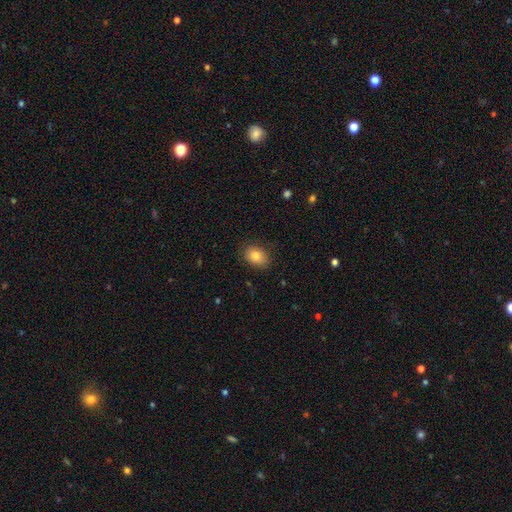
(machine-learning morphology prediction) The model was most divided on "how rounded": in between: 76%, round: 23%, cigar-shaped: 1%. More confident: merging — none (84%); smooth or featured — smooth (81%).